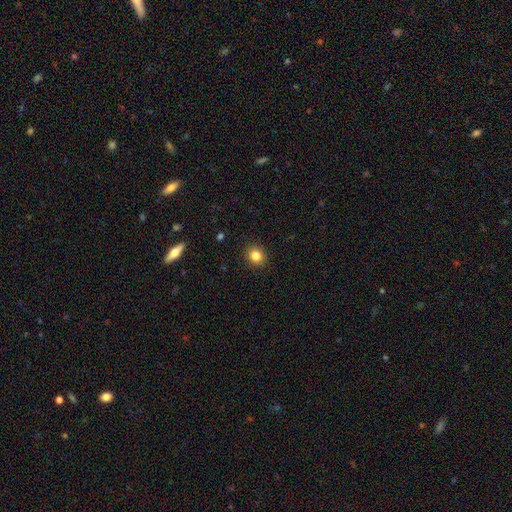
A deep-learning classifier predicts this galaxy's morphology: This is clearly a smooth galaxy (84%). How rounded: likely round (71%). Merging: clearly none (91%).